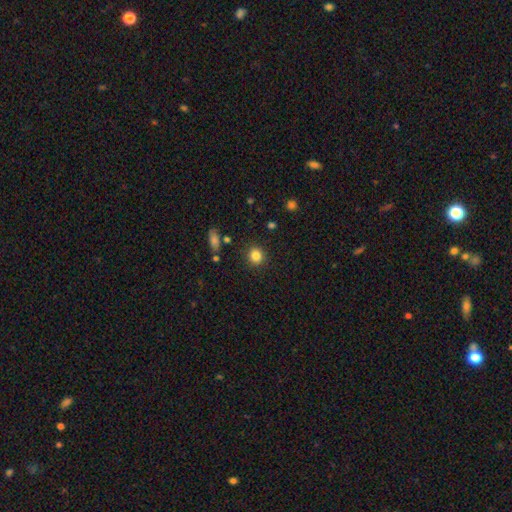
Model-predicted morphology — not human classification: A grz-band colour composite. It shows a smooth galaxy with no disk features (84%) that is round (87%). Merging: none (89%).